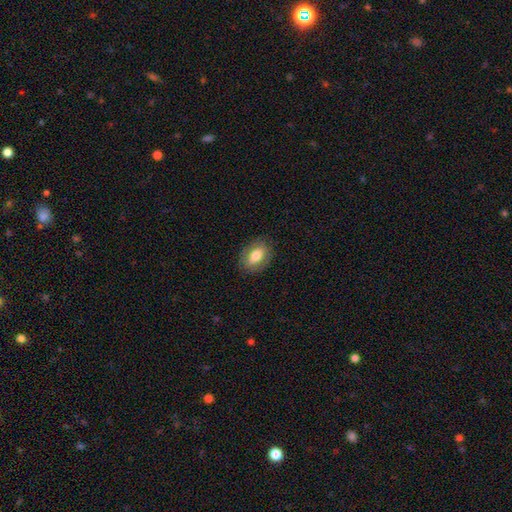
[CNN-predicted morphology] type=smooth (70%); roundness=in between (83%); merging=none (84%).